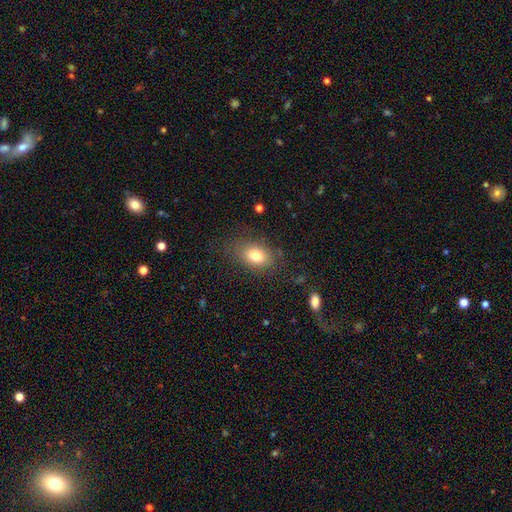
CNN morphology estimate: This appears to be a smooth galaxy with no disk features (78%) that is in between round and cigar-shaped (83%). Merging: none (79%).